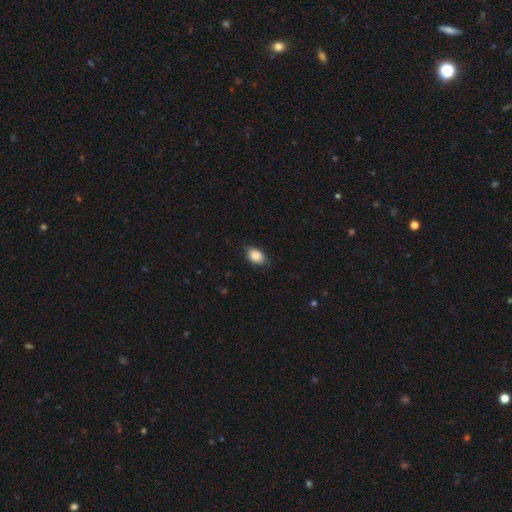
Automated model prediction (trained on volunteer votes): A smooth galaxy with no disk features (88%) that is in between round and cigar-shaped (84%). Merging: none (80%).